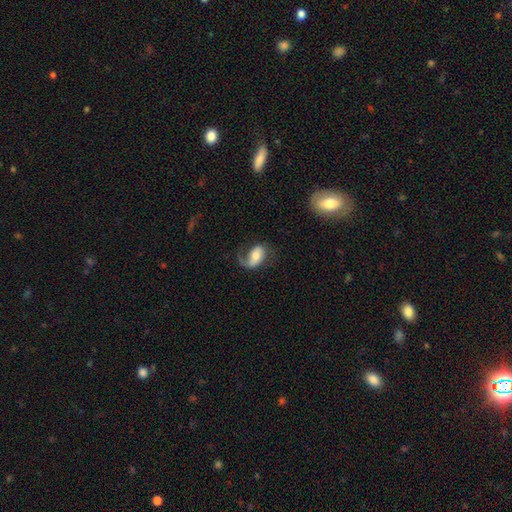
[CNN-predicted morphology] Q: Smooth or featured?
A: featured or disk (62%); runner-up: smooth (31%)
Q: Edge-on disk?
A: no (96%); runner-up: yes (4%)
Q: Bar?
A: no (46%); runner-up: weak (35%)
Q: Spiral arms?
A: yes (89%); runner-up: no (11%)
Q: Spiral winding?
A: loose (51%); runner-up: medium (35%)
Q: Spiral arm count?
A: 1 (50%); runner-up: 2 (44%)
Q: Bulge size?
A: moderate (60%); runner-up: small (21%)
Q: Merging?
A: none (46%); runner-up: major disturbance (28%)